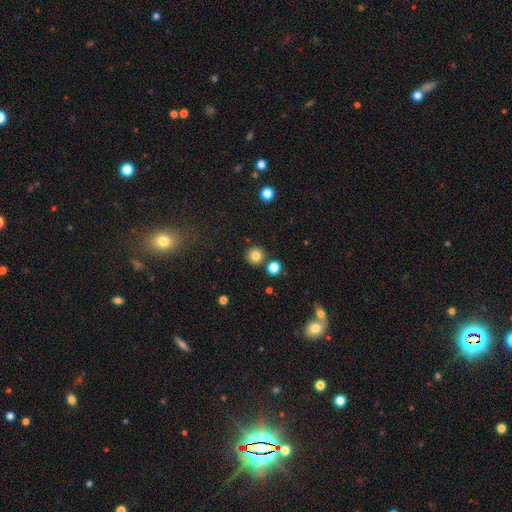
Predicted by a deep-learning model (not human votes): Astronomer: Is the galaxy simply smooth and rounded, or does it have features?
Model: smooth — 81%.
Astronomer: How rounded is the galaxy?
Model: round — 94%.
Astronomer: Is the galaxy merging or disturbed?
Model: none — 85%.